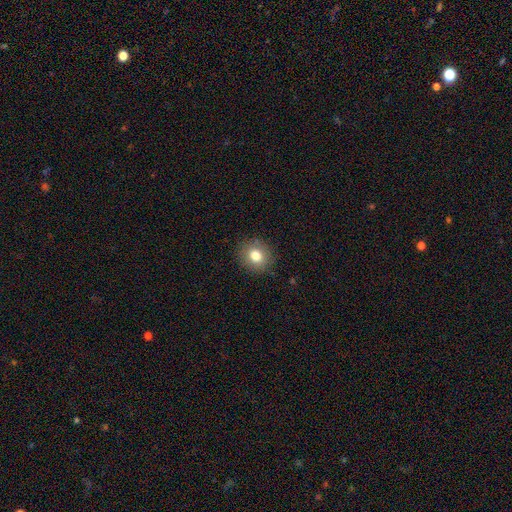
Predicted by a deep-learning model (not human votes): A smooth galaxy with no disk features (80%) that is round (81%). Merging: none (88%).